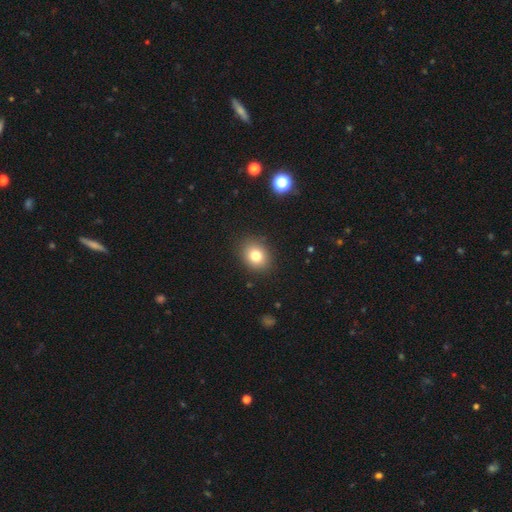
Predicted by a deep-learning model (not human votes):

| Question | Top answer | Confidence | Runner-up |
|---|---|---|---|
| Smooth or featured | smooth | 80% | star or artifact (11%) |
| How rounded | round | 56% | in between (44%) |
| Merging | none | 88% | minor disturbance (8%) |